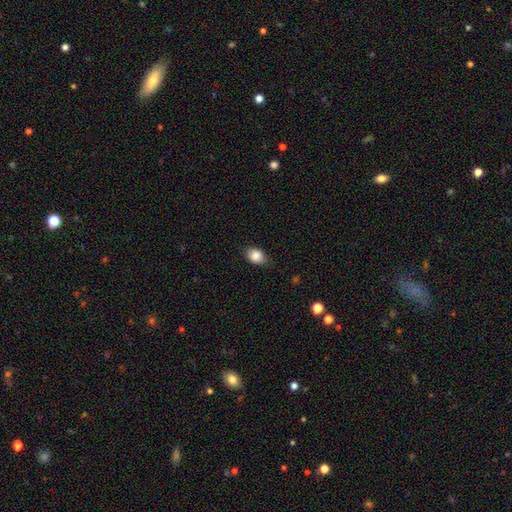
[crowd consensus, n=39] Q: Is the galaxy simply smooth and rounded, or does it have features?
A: smooth — 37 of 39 (95%).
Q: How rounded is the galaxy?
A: in between — 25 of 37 (68%).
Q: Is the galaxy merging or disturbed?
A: none — 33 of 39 (85%).